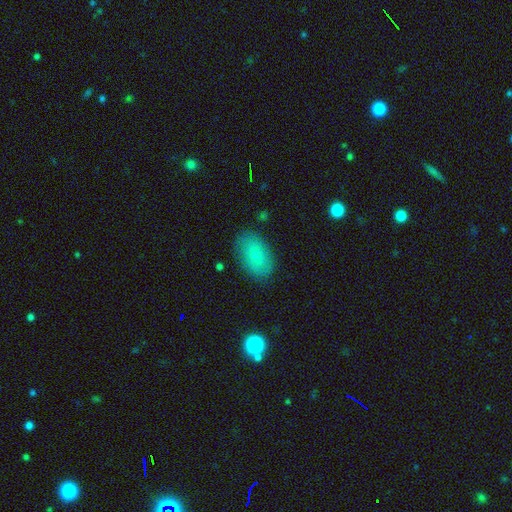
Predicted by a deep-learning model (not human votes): Smooth or featured?
  - smooth: 71% *
  - featured or disk: 21%
  - star or artifact: 8%
How rounded?
  - in between: 89% *
  - round: 10%
  - cigar-shaped: 1%
Merging?
  - none: 83% *
  - minor disturbance: 12%
  - major disturbance: 3%
  - merger: 1%